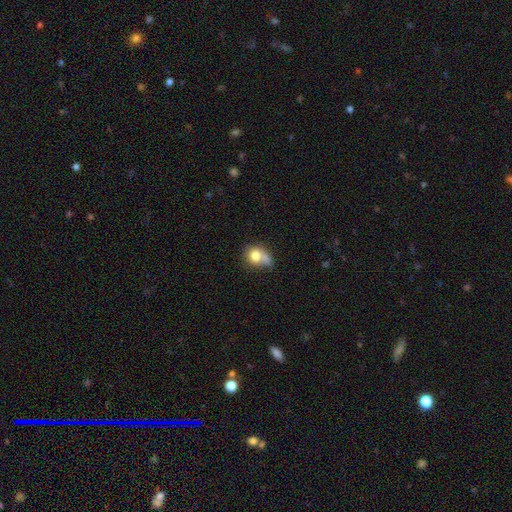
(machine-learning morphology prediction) A smooth galaxy with no disk features (74%) that is round (57%).

Vote fractions:
- Smooth or featured? smooth: 74% / featured or disk: 17% / star or artifact: 9%
- How rounded? round: 57% / in between: 41% / cigar-shaped: 2%
- Merging? none: 32% / merger: 30% / minor disturbance: 21% / major disturbance: 18%